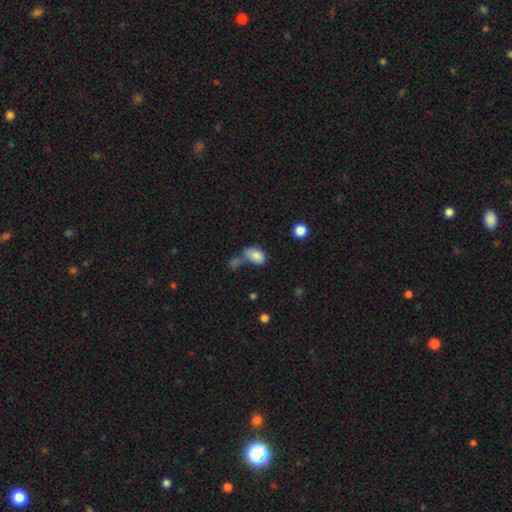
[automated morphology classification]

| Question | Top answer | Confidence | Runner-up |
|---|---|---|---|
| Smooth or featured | smooth | 83% | featured or disk (9%) |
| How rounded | in between | 88% | round (10%) |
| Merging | none | 37% | merger (35%) |